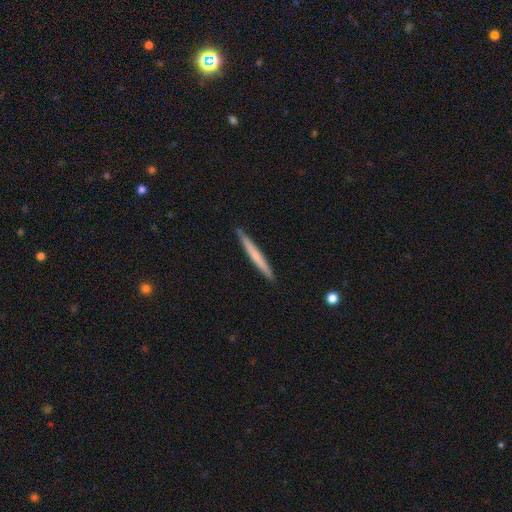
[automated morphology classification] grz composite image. It shows a smooth galaxy with no disk features (57%) that is cigar-shaped (97%). Merging: none (91%).